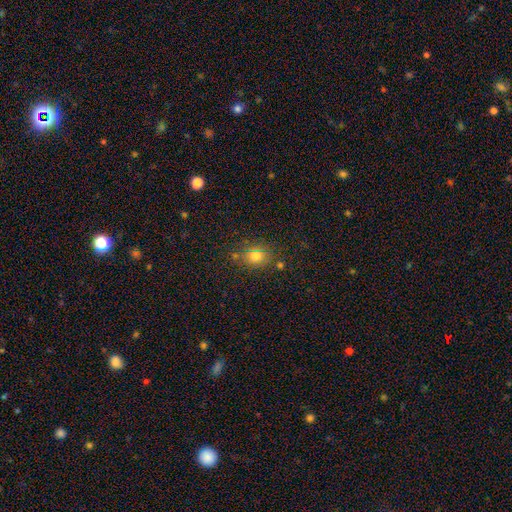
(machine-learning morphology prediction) Overall: smooth (77%). How rounded: round (55%; in between 44%). Merging: none (74%).